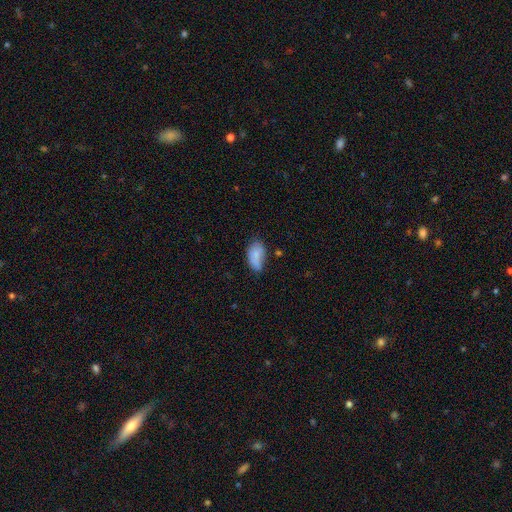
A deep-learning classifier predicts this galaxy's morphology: type=smooth (79%); roundness=in between (92%); merging=none (46%).